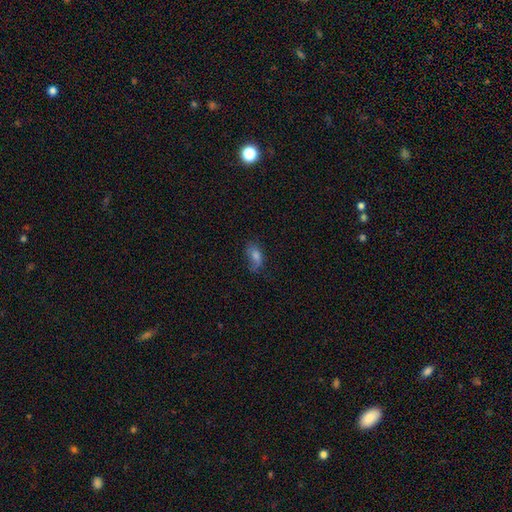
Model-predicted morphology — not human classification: Q: Smooth or featured?
A: smooth (66%); runner-up: featured or disk (21%)
Q: How rounded?
A: in between (85%); runner-up: round (9%)
Q: Merging?
A: none (51%); runner-up: minor disturbance (31%)